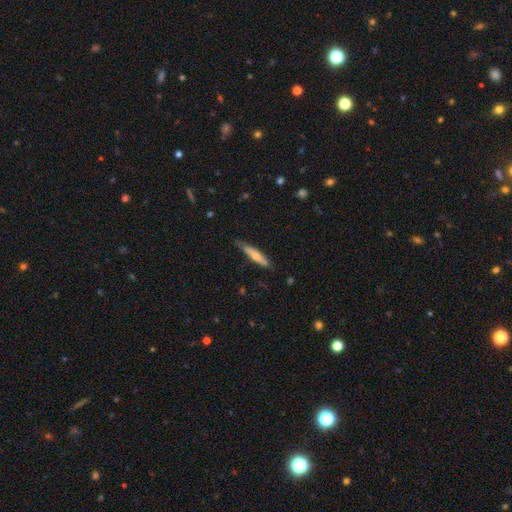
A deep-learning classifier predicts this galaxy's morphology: A smooth galaxy with no disk features (56%) that is cigar-shaped (88%).

Vote fractions:
- Smooth or featured? smooth: 56% / featured or disk: 38% / star or artifact: 6%
- How rounded? cigar-shaped: 88% / in between: 10% / round: 1%
- Merging? none: 70% / minor disturbance: 24% / major disturbance: 4% / merger: 2%